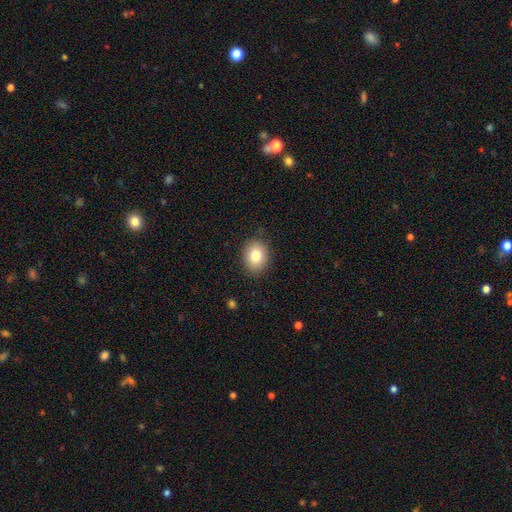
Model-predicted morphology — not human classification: A smooth galaxy with no disk features (82%) that is in between round and cigar-shaped (52%).

Vote fractions:
- Smooth or featured? smooth: 82% / featured or disk: 9% / star or artifact: 9%
- How rounded? in between: 52% / round: 47% / cigar-shaped: 1%
- Merging? none: 86% / minor disturbance: 10% / major disturbance: 3% / merger: 1%